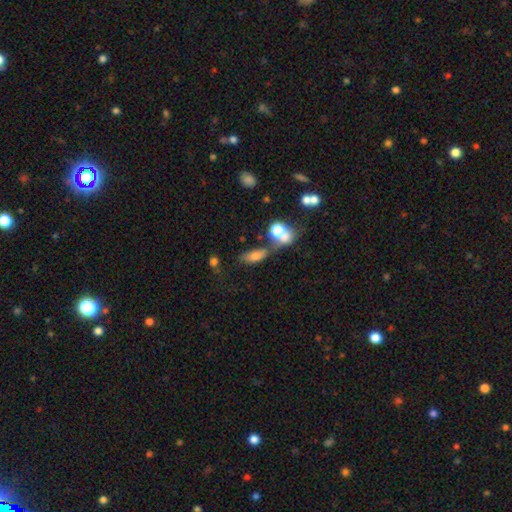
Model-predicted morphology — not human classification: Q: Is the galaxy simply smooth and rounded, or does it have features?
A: smooth — 68%.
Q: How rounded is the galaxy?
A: in between — 71%.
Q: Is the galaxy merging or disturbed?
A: none — 41%.